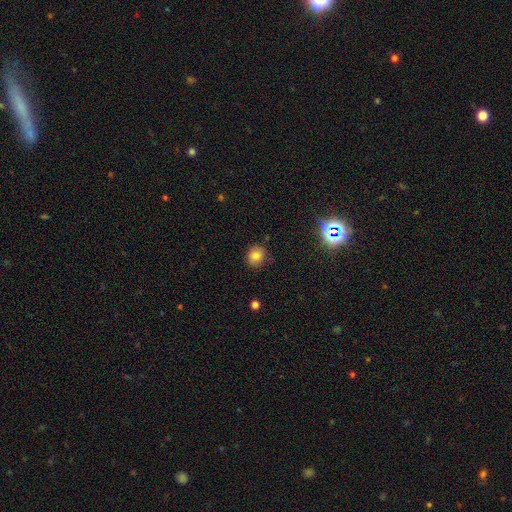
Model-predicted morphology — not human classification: Smooth or featured? Predicted: smooth (p=0.80). How rounded? Predicted: round (p=0.76). Merging? Predicted: none (p=0.84).